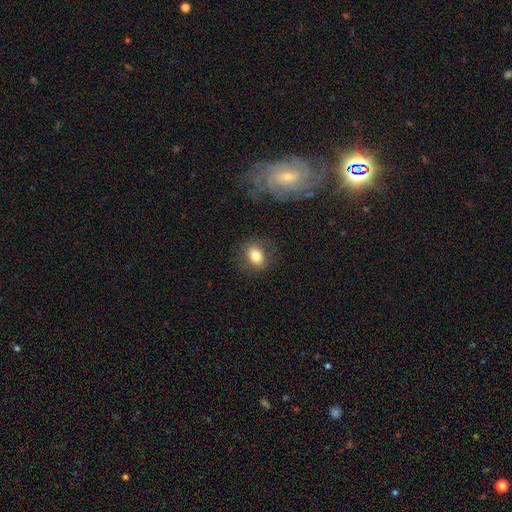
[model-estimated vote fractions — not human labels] smooth-or-featured: smooth: 79% | featured or disk: 12% | star or artifact: 9%
  how-rounded: in between: 66% | round: 33% | cigar-shaped: 1%
  merging: none: 80% | minor disturbance: 13% | major disturbance: 5% | merger: 2%